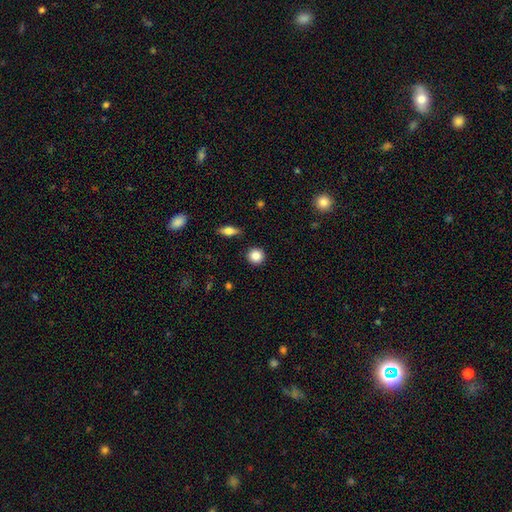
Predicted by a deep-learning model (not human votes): This is clearly a smooth galaxy (86%). How rounded: clearly round (92%). Merging: clearly none (90%).